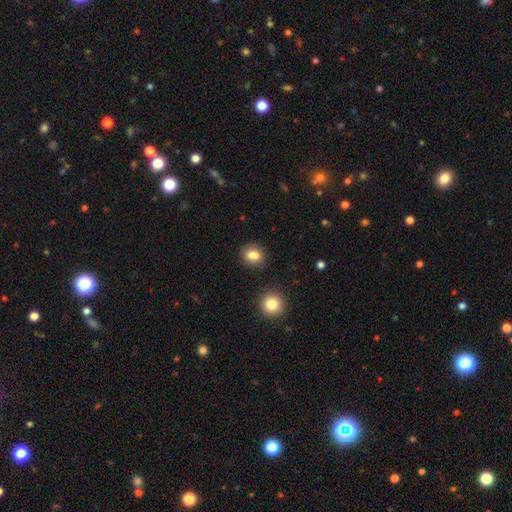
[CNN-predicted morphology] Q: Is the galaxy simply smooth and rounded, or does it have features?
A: smooth — 84%.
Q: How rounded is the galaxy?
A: round — 60%.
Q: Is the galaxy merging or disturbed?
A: none — 79%.